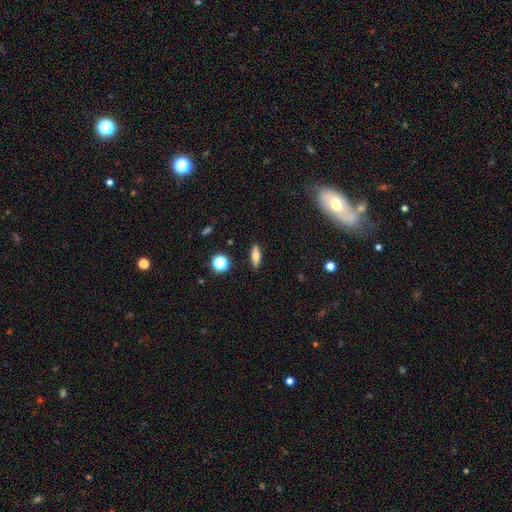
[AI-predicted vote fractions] Q: Smooth or featured?
A: smooth (59%); runner-up: featured or disk (31%)
Q: How rounded?
A: in between (49%); runner-up: cigar-shaped (45%)
Q: Merging?
A: none (89%); runner-up: minor disturbance (7%)